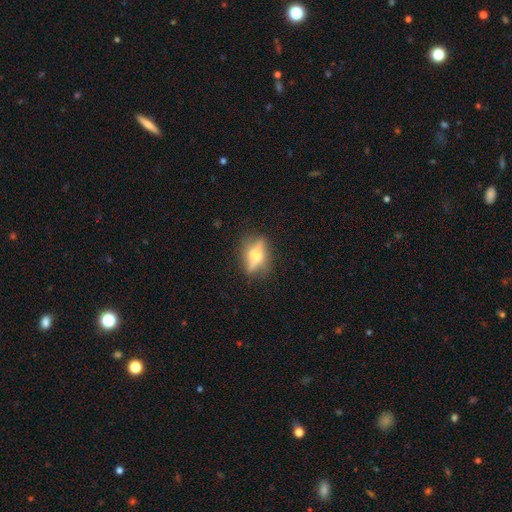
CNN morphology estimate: The model was most divided on "smooth or featured": featured or disk: 60%, smooth: 32%, star or artifact: 8%. More confident: edge-on disk — yes (77%); merging — none (77%).